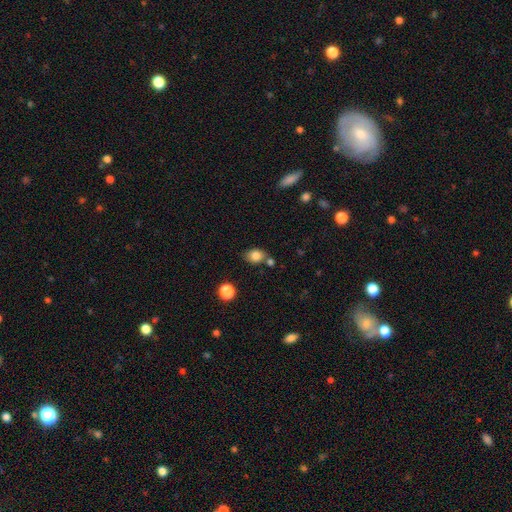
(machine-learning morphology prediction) Overall: smooth (83%). How rounded: in between (59%; round 40%). Merging: none (67%).